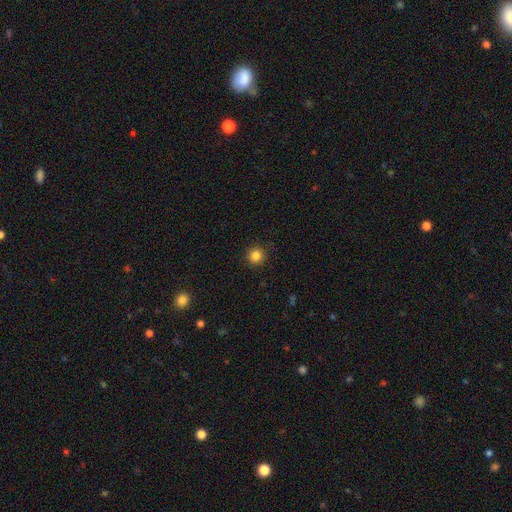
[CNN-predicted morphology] This is clearly a smooth galaxy (84%). How rounded: clearly round (95%). Merging: clearly none (92%).